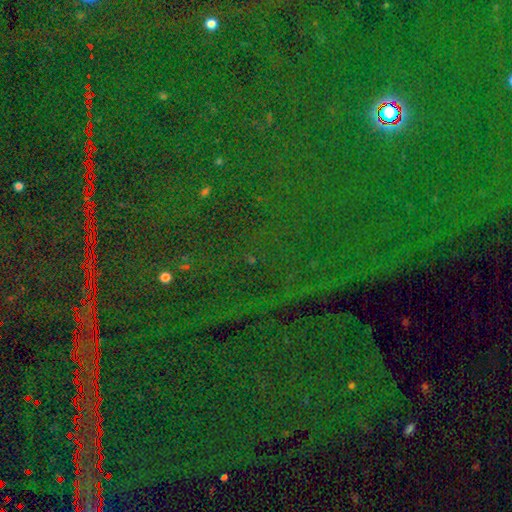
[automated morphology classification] This appears to be a star or artifact, not a galaxy (86%).